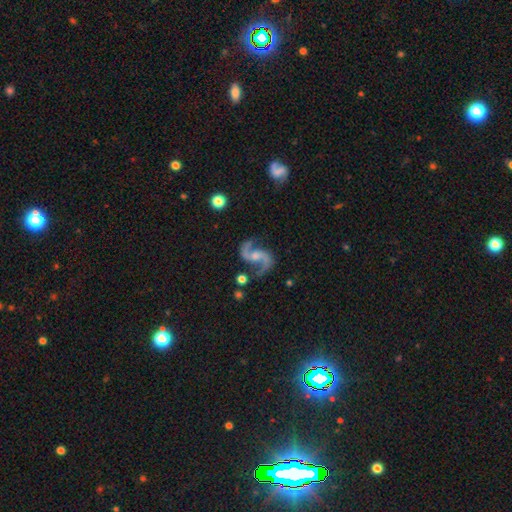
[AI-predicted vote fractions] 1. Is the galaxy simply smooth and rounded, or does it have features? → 93% featured or disk, 4% star or artifact, 3% smooth.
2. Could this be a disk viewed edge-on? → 98% no, 2% yes.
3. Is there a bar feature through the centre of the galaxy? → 49% no, 39% weak, 12% strong.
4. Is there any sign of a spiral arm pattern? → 98% yes, 2% no.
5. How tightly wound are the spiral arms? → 54% loose, 40% medium, 6% tight.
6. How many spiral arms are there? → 95% 2, 1% 1, 1% can't tell, 1% 3, 1% 4, 1% more than 4.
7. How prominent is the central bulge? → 42% moderate, 35% small, 15% none, 6% large, 2% dominant.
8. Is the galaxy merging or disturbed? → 78% none, 13% minor disturbance, 6% major disturbance, 3% merger.